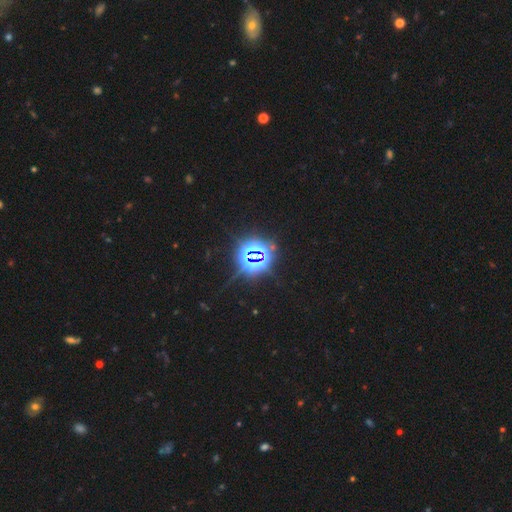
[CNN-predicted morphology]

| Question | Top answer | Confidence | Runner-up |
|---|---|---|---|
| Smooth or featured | star or artifact | 82% | smooth (10%) |